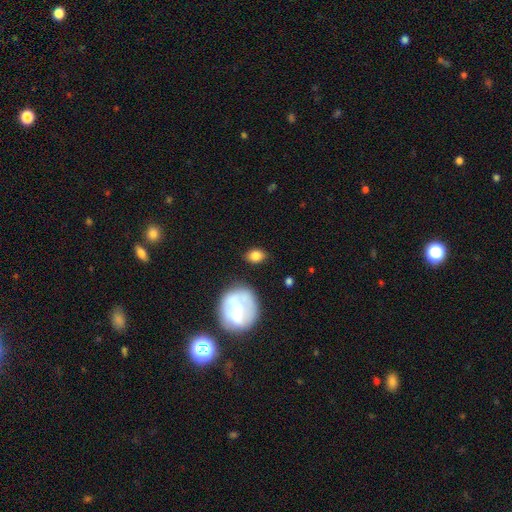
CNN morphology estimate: type=smooth (80%); roundness=in between (67%); merging=none (76%).